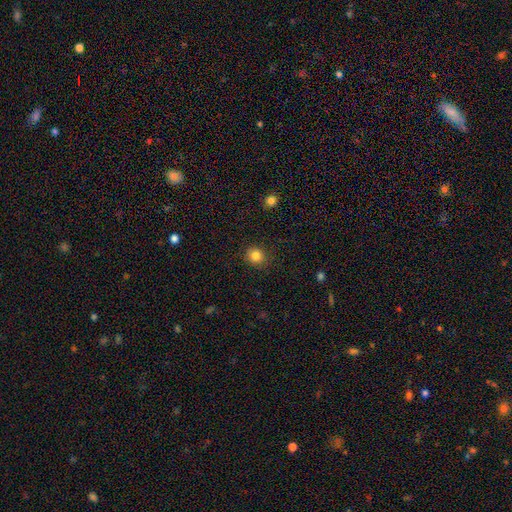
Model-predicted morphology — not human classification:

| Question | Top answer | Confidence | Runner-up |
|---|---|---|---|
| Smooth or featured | smooth | 83% | star or artifact (11%) |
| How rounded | round | 88% | in between (11%) |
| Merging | none | 90% | minor disturbance (7%) |